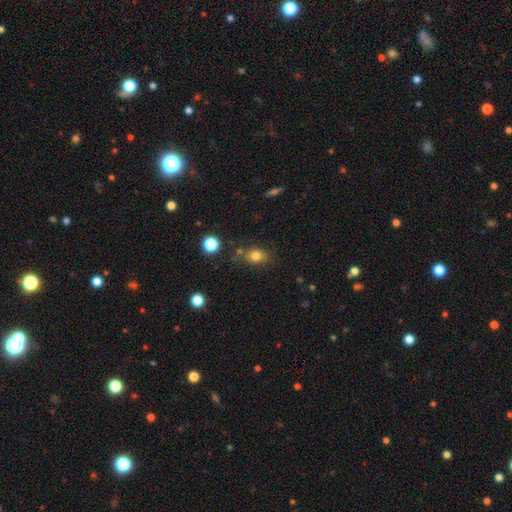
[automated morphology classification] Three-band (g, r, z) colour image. It shows a smooth galaxy with no disk features (80%) that is in between round and cigar-shaped (57%). Merging: none (71%).